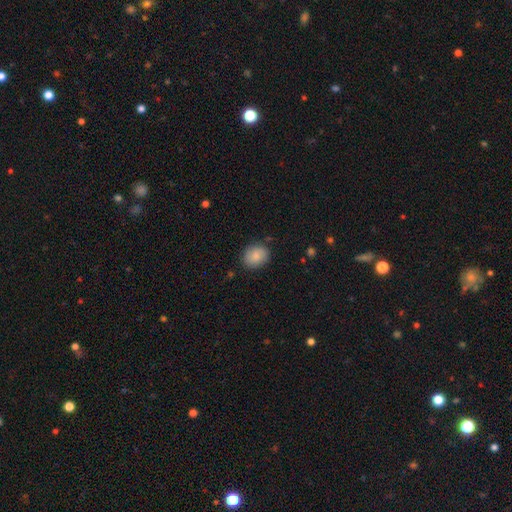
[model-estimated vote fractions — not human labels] Q: Smooth or featured?
A: smooth (84%); runner-up: featured or disk (9%)
Q: How rounded?
A: round (53%); runner-up: in between (46%)
Q: Merging?
A: none (83%); runner-up: minor disturbance (12%)